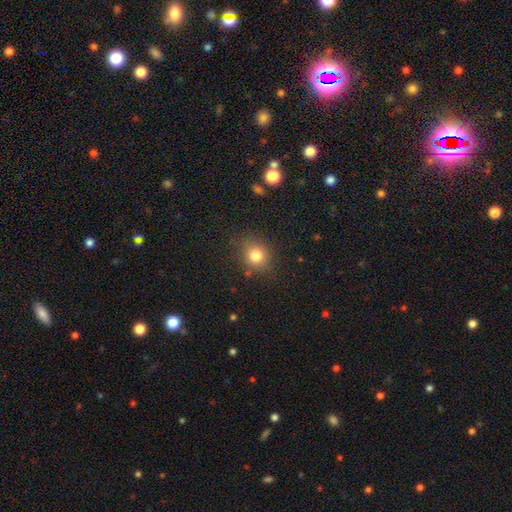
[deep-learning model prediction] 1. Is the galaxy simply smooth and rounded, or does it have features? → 79% smooth, 13% star or artifact, 8% featured or disk.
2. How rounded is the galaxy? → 73% round, 26% in between, 1% cigar-shaped.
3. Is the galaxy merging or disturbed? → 82% none, 12% minor disturbance, 4% major disturbance, 2% merger.